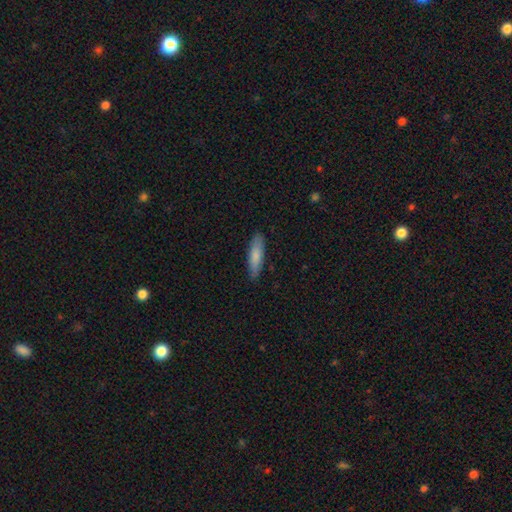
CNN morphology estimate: A smooth galaxy with no disk features (80%) that is cigar-shaped (67%).

Vote fractions:
- Smooth or featured? smooth: 80% / featured or disk: 14% / star or artifact: 5%
- How rounded? cigar-shaped: 67% / in between: 31% / round: 1%
- Merging? none: 86% / minor disturbance: 11% / major disturbance: 2% / merger: 1%